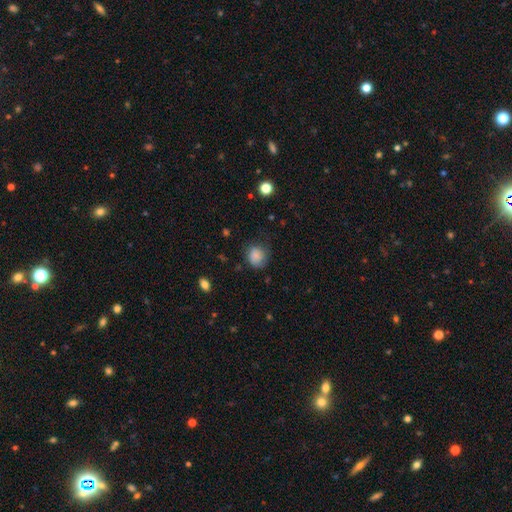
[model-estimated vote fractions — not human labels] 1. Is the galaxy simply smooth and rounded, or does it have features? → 82% smooth, 9% star or artifact, 9% featured or disk.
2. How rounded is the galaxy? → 75% round, 24% in between, 1% cigar-shaped.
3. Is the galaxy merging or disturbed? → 65% none, 25% minor disturbance, 9% major disturbance, 2% merger.